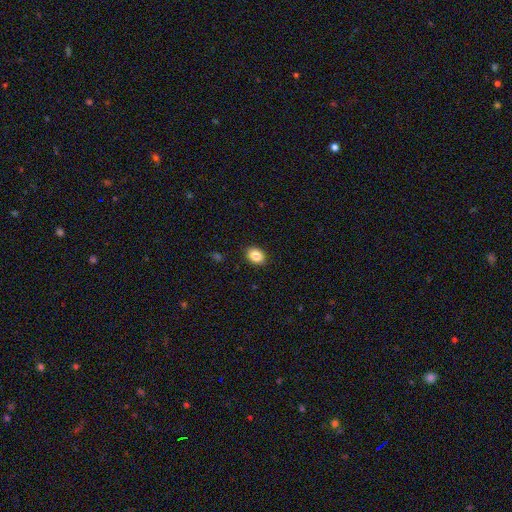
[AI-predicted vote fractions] Morphology: type=smooth (88%); roundness=in between (66%); merging=none (89%).